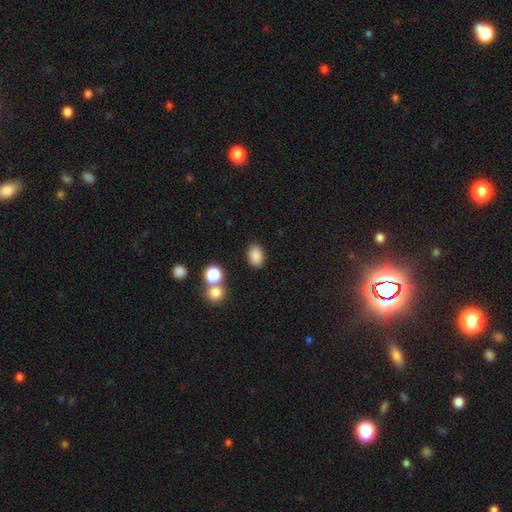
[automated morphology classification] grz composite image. It shows a smooth galaxy with no disk features (86%) that is in between round and cigar-shaped (81%). Merging: none (84%).